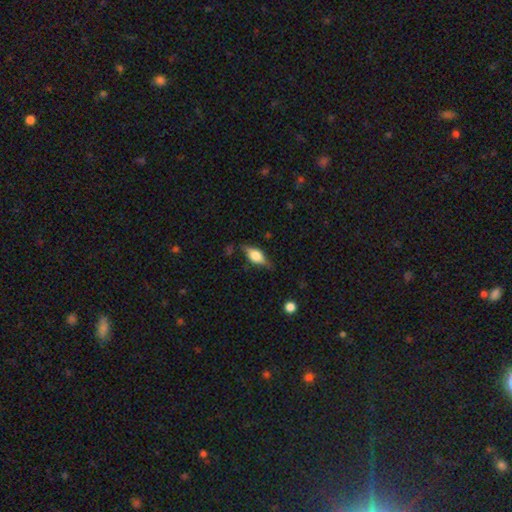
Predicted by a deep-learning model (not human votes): smooth-or-featured: featured or disk: 49% | smooth: 43% | star or artifact: 7%
  merging: none: 75% | minor disturbance: 18% | major disturbance: 5% | merger: 2%